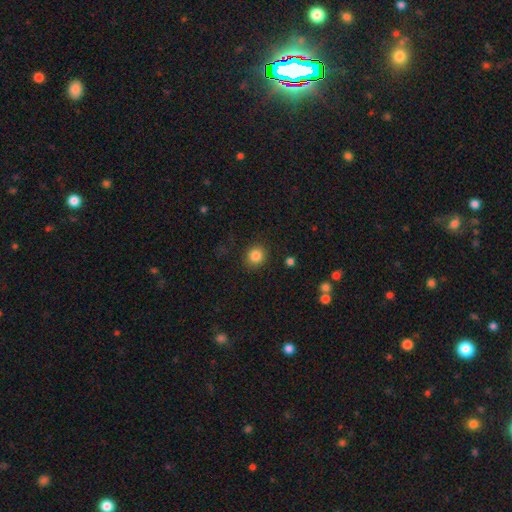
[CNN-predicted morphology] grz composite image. It shows a smooth galaxy with no disk features (84%) that is round (87%). Merging: none (89%).